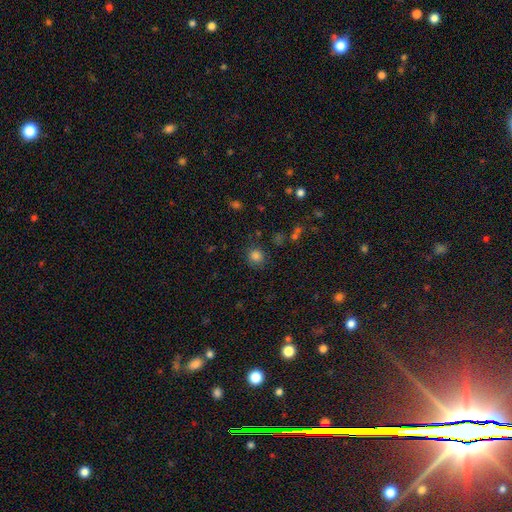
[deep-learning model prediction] Smooth or featured? smooth (82%)
How rounded? round (88%)
Merging? none (84%)